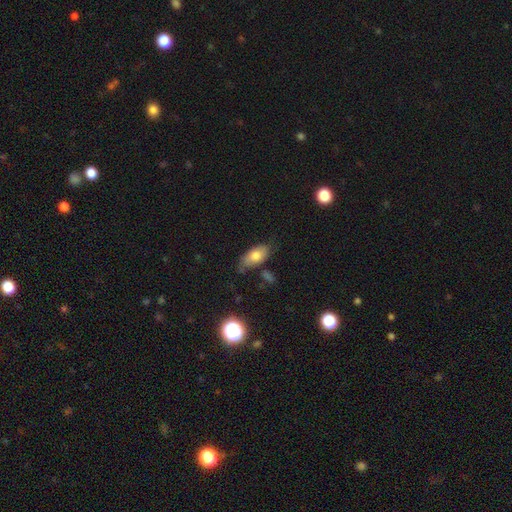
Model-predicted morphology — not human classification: smooth 71%, featured or disk 20%, star or artifact 9%. Down the decision tree: how rounded — in between (90%); merging — none (64%).